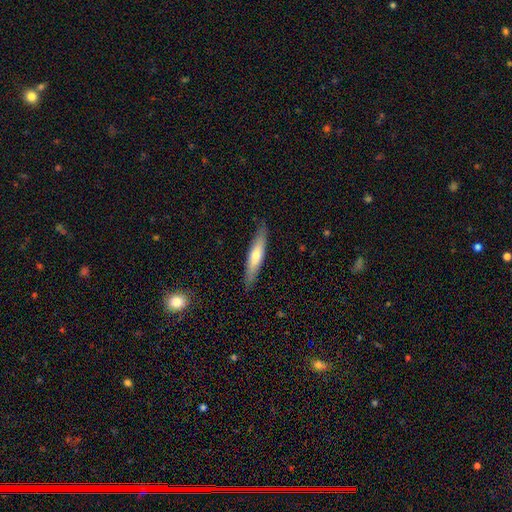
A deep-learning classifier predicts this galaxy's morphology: Smooth or featured? smooth (56%)
How rounded? cigar-shaped (85%)
Merging? none (87%)